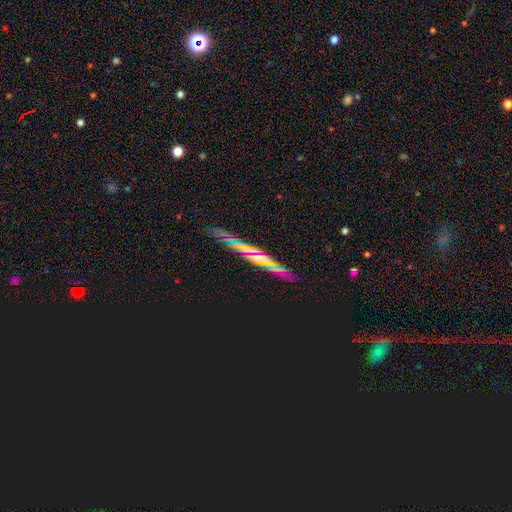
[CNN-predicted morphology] The model was most divided on "smooth or featured": featured or disk: 48%, star or artifact: 27%, smooth: 25%. More confident: merging — none (86%).